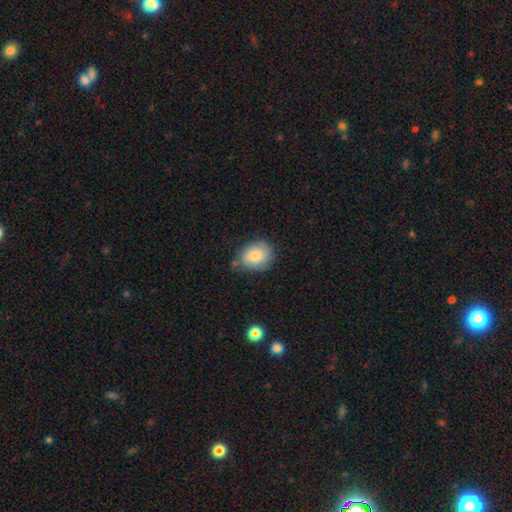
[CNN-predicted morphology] Q: Smooth or featured?
A: smooth (79%); runner-up: featured or disk (14%)
Q: How rounded?
A: in between (51%); runner-up: round (48%)
Q: Merging?
A: none (63%); runner-up: minor disturbance (27%)